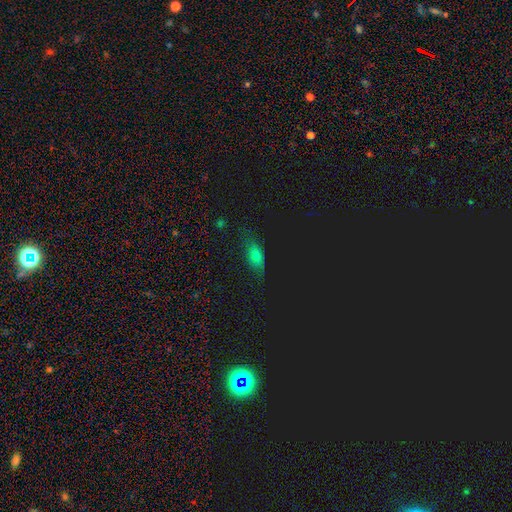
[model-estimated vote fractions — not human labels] smooth-or-featured: smooth: 62% | star or artifact: 26% | featured or disk: 11%
  how-rounded: in between: 79% | cigar-shaped: 13% | round: 7%
  merging: none: 69% | minor disturbance: 22% | major disturbance: 7% | merger: 2%